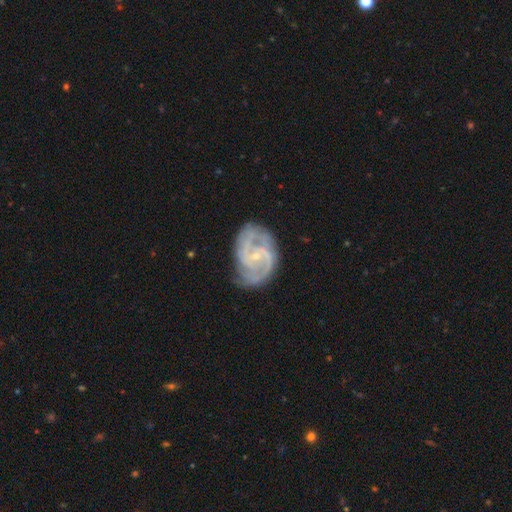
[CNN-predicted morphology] featured or disk 90%, smooth 5%, star or artifact 5%. Down the decision tree: edge-on disk — no (98%); bar — no (50%); spiral arms — yes (97%); spiral arm count — 2 (63%); spiral winding — medium (51%); bulge size — small (82%); merging — none (69%).